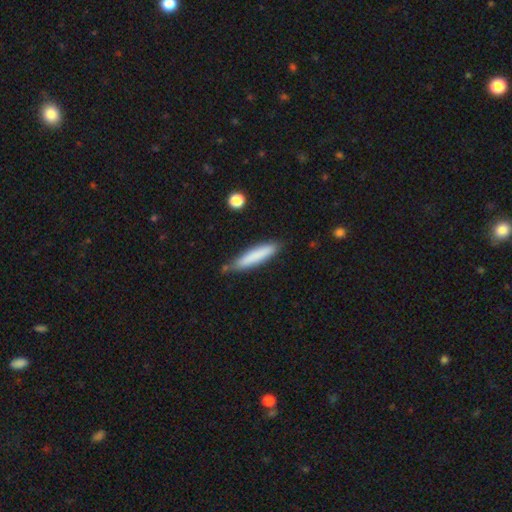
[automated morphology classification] A smooth galaxy with no disk features (80%) that is cigar-shaped (88%). Merging: none (78%).